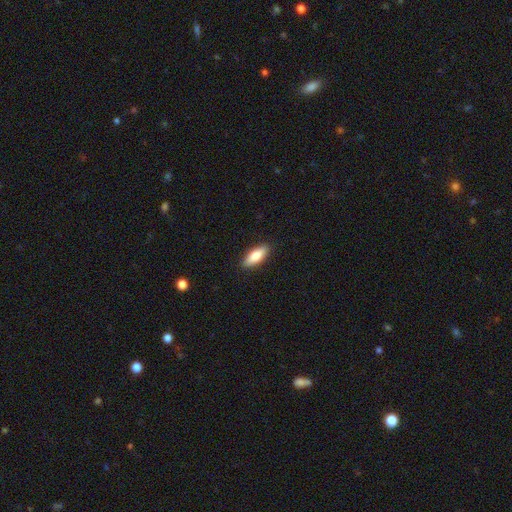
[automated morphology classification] Smooth or featured?
  - smooth: 77% *
  - featured or disk: 17%
  - star or artifact: 6%
How rounded?
  - in between: 65% *
  - cigar-shaped: 33%
  - round: 2%
Merging?
  - none: 89% *
  - minor disturbance: 8%
  - major disturbance: 2%
  - merger: 1%